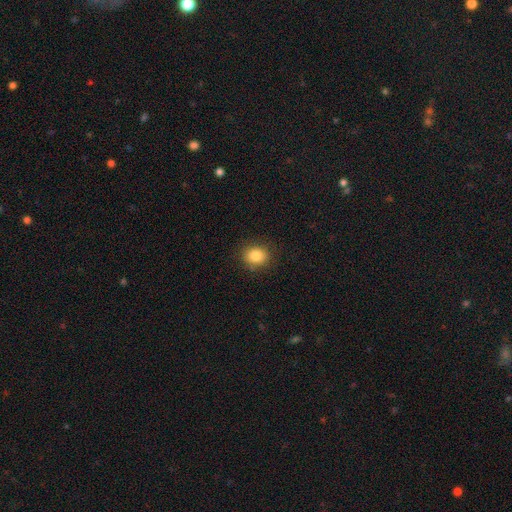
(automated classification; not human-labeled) This is clearly a smooth galaxy (84%). How rounded: likely round (65%). Merging: clearly none (87%).